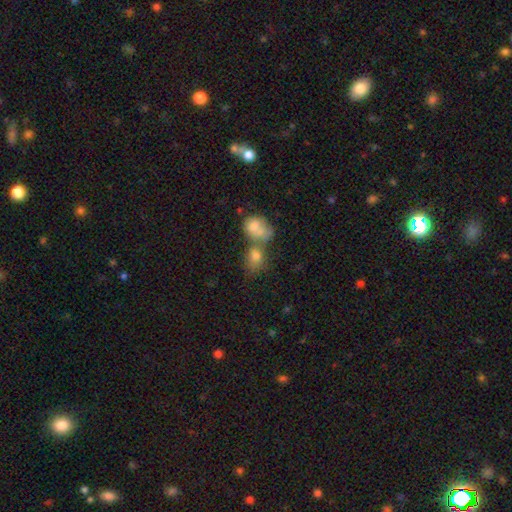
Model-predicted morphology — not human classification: The model was most divided on "how rounded": in between: 57%, round: 41%, cigar-shaped: 2%. More confident: smooth or featured — smooth (74%); merging — merger (54%).